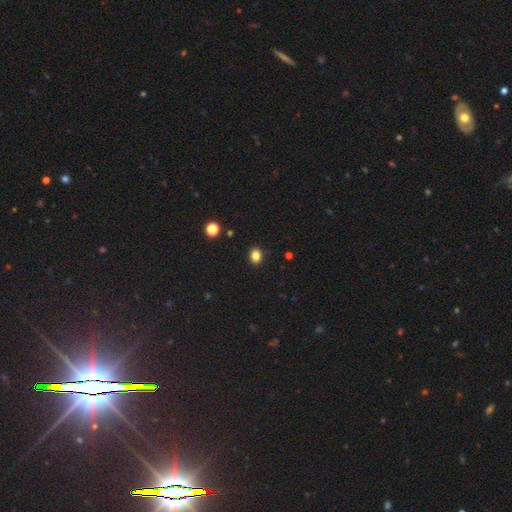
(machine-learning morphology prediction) This is clearly a smooth galaxy (83%). How rounded: possibly round (55%). Merging: clearly none (90%).